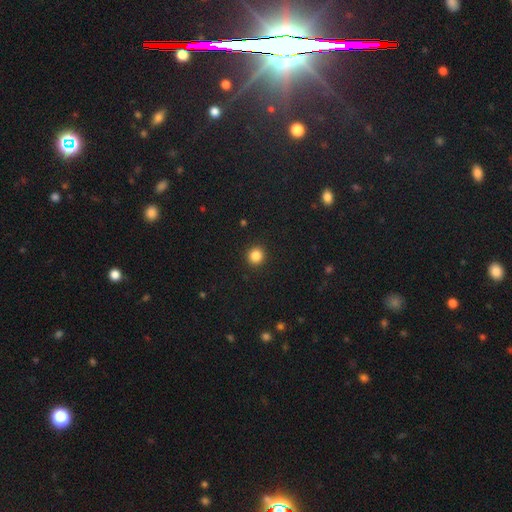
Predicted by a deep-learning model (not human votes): A smooth galaxy with no disk features (85%) that is round (92%). Merging: none (93%).